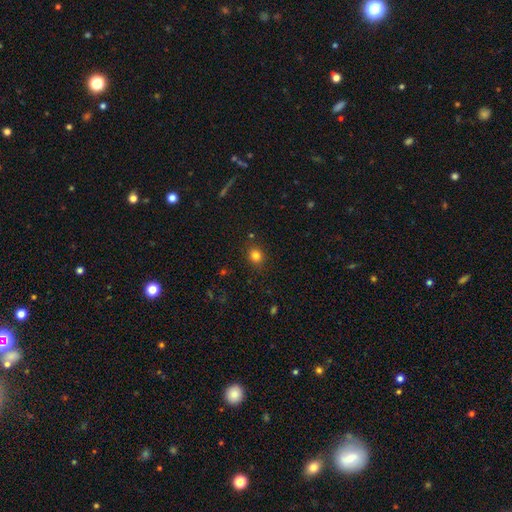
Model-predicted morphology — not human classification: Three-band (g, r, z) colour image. It shows a smooth galaxy with no disk features (81%) that is round (74%). Merging: none (86%).